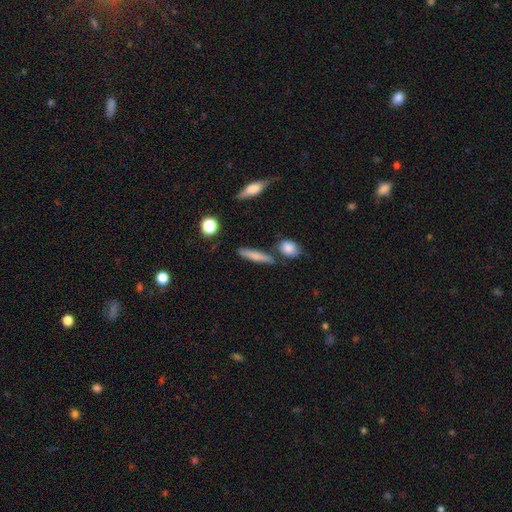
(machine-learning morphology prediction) Smooth or featured?
  - smooth: 71% *
  - featured or disk: 22%
  - star or artifact: 7%
How rounded?
  - cigar-shaped: 81% *
  - in between: 15%
  - round: 3%
Merging?
  - none: 75% *
  - minor disturbance: 12%
  - merger: 9%
  - major disturbance: 3%